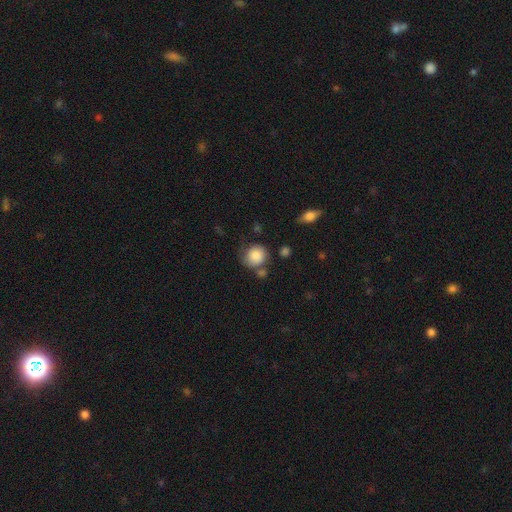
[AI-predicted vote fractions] Smooth or featured? smooth (86%)
How rounded? round (84%)
Merging? none (61%)